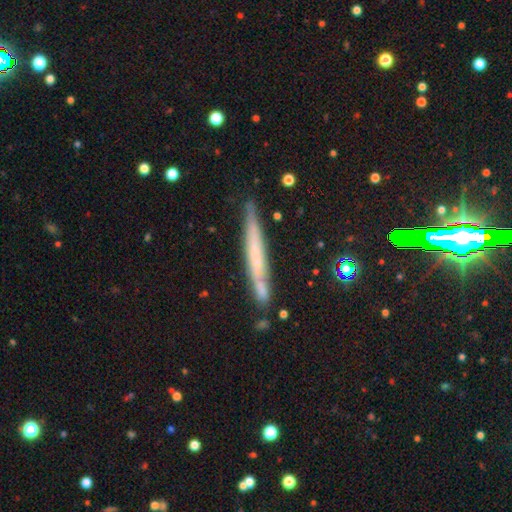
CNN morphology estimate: smooth_or_featured: featured or disk (p=0.46) [alt: smooth p=0.45]
merging: none (p=0.80) [alt: minor disturbance p=0.13]